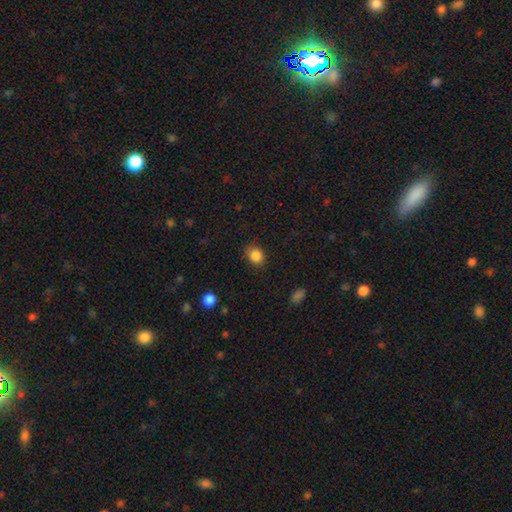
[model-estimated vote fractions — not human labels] This appears to be a smooth galaxy with no disk features (86%) that is round (66%). Merging: none (77%).